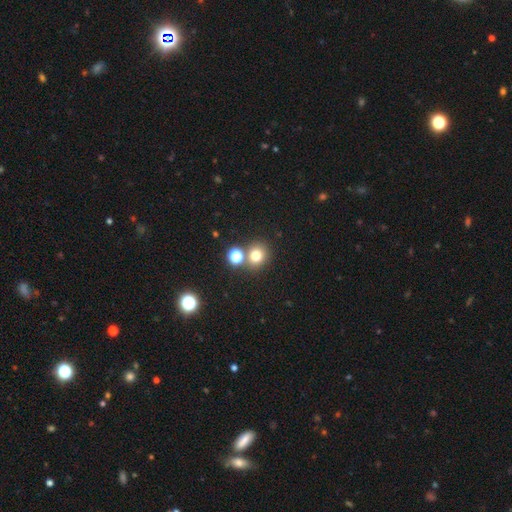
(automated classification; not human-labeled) The model was most divided on "merging": none: 70%, merger: 19%, minor disturbance: 8%, major disturbance: 3%. More confident: how rounded — round (81%); smooth or featured — smooth (74%).